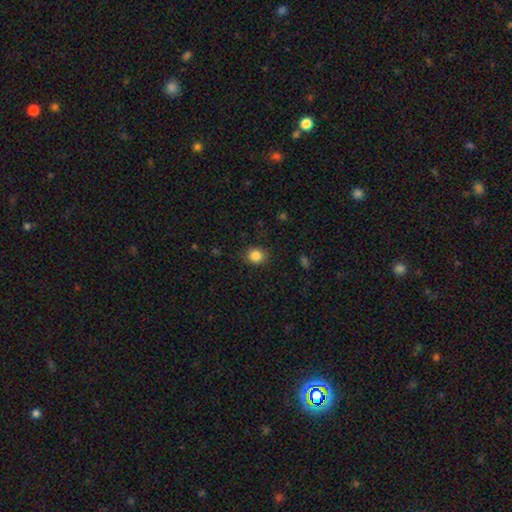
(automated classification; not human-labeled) Smooth or featured? smooth (85%)
How rounded? round (76%)
Merging? none (87%)